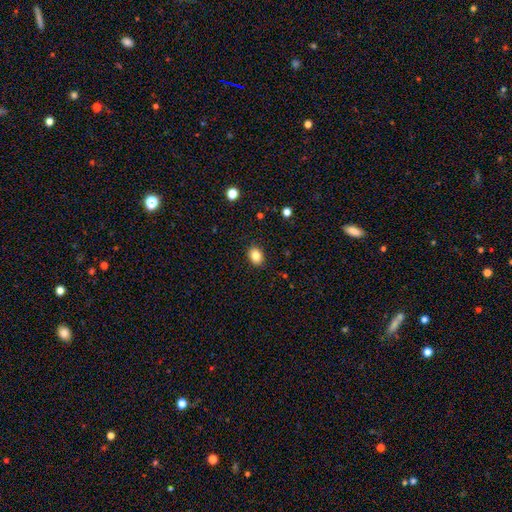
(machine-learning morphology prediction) This appears to be a smooth galaxy with no disk features (84%) that is in between round and cigar-shaped (59%). Merging: none (90%).